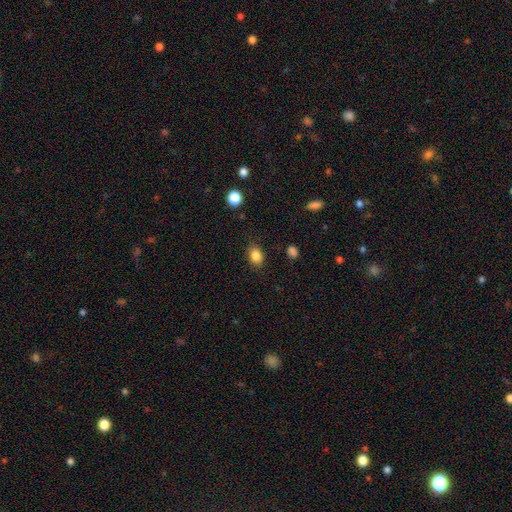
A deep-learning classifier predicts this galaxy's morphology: smooth-or-featured: smooth: 85% | star or artifact: 10% | featured or disk: 5%
  how-rounded: in between: 73% | round: 26% | cigar-shaped: 1%
  merging: none: 85% | minor disturbance: 11% | major disturbance: 3% | merger: 1%